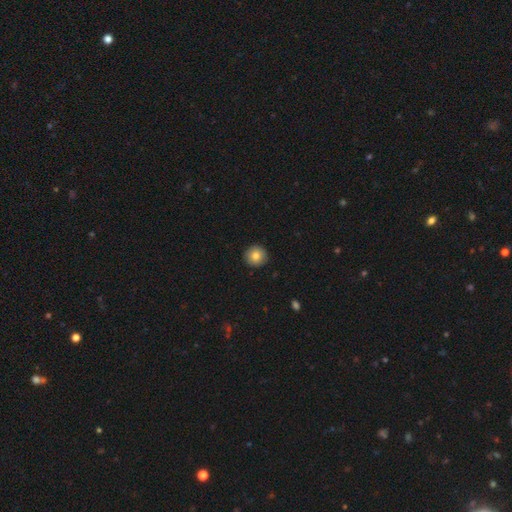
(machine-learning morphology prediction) Smooth or featured: smooth — 82% (featured or disk — 10%)
How rounded: round — 94% (in between — 5%)
Merging: none — 92% (minor disturbance — 6%)